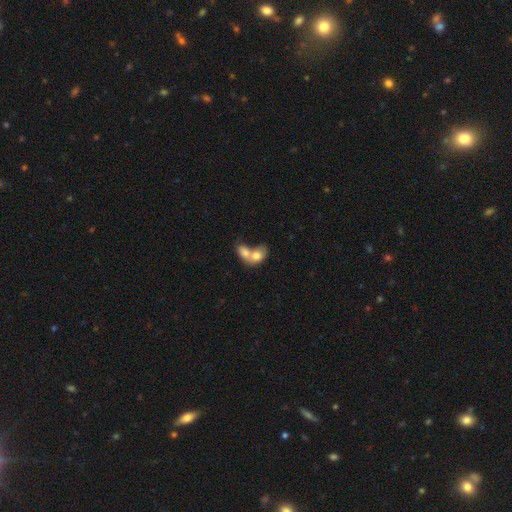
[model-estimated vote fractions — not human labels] smooth-or-featured: smooth: 73% | featured or disk: 19% | star or artifact: 8%
  how-rounded: in between: 70% | round: 28% | cigar-shaped: 2%
  merging: merger: 78% | none: 12% | minor disturbance: 5% | major disturbance: 4%